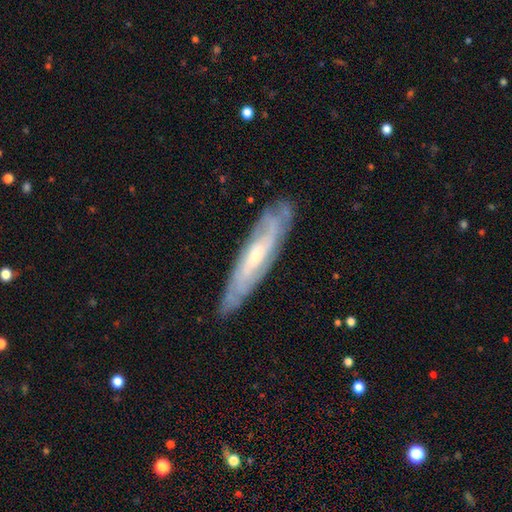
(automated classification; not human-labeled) A featured or disk galaxy (76%). Merging: none (82%).